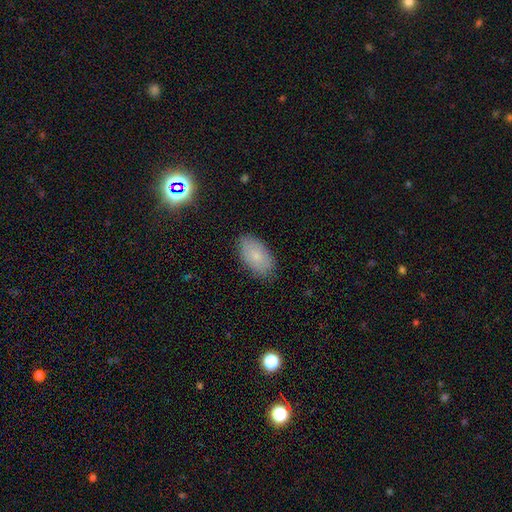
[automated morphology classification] Overall: smooth (73%). How rounded: in between (94%). Merging: none (82%).